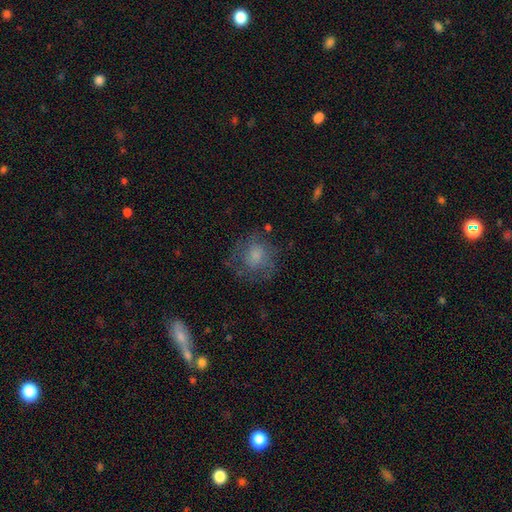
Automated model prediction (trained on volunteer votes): smooth-or-featured: smooth: 59% | featured or disk: 30% | star or artifact: 11%
  how-rounded: round: 82% | in between: 17% | cigar-shaped: 1%
  merging: none: 63% | minor disturbance: 20% | major disturbance: 16% | merger: 2%